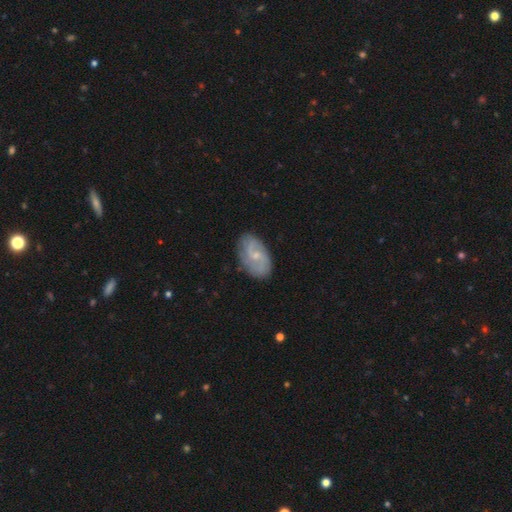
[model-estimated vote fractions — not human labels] Smooth or featured: featured or disk — 69% (smooth — 24%)
Edge-on disk: no — 96% (yes — 4%)
Bar: no — 56% (weak — 39%)
Spiral arms: yes — 90% (no — 10%)
Spiral winding: medium — 43% (tight — 35%)
Spiral arm count: 2 — 53% (can't tell — 26%)
Bulge size: small — 68% (moderate — 25%)
Merging: none — 78% (minor disturbance — 17%)